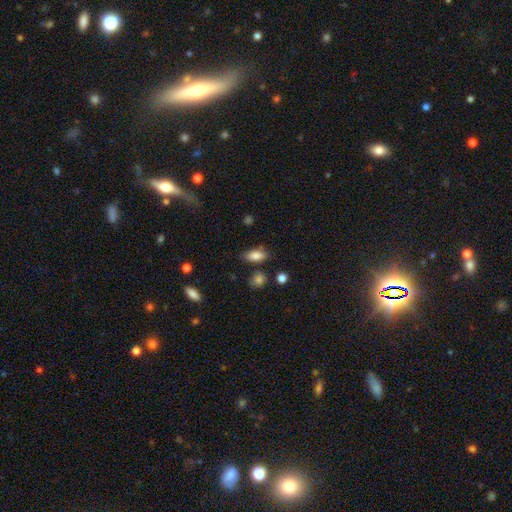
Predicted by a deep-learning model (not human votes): Smooth or featured?
  - smooth: 84% *
  - star or artifact: 8%
  - featured or disk: 8%
How rounded?
  - in between: 86% *
  - cigar-shaped: 10%
  - round: 5%
Merging?
  - none: 77% *
  - minor disturbance: 15%
  - merger: 4%
  - major disturbance: 4%